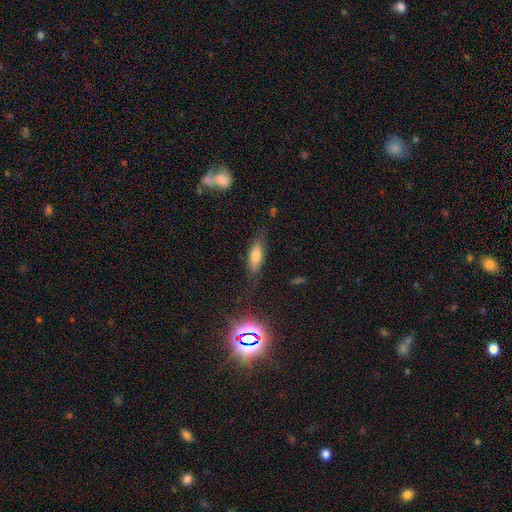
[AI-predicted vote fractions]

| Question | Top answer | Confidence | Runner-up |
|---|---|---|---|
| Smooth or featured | smooth | 70% | featured or disk (19%) |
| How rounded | in between | 61% | cigar-shaped (36%) |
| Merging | none | 74% | minor disturbance (18%) |